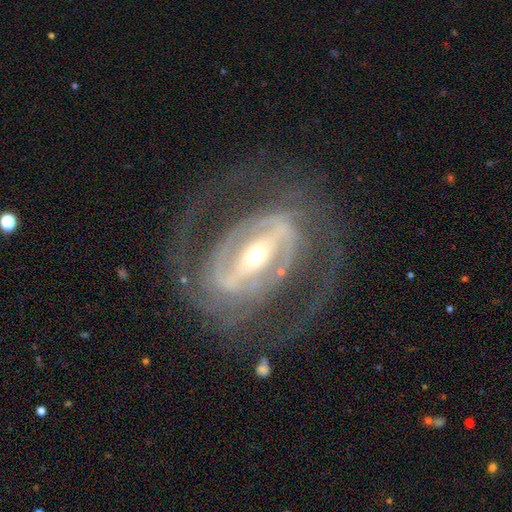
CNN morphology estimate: featured or disk 90%, star or artifact 5%, smooth 5%. Down the decision tree: edge-on disk — no (94%); bar — strong (74%); spiral arms — yes (91%); spiral arm count — 2 (71%); spiral winding — tight (46%); bulge size — small (50%); merging — none (72%).